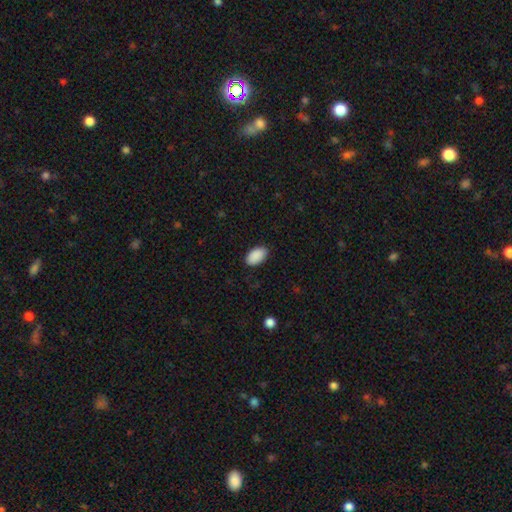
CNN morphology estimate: Smooth or featured? Predicted: smooth (p=0.91). How rounded? Predicted: in between (p=0.94). Merging? Predicted: none (p=0.87).